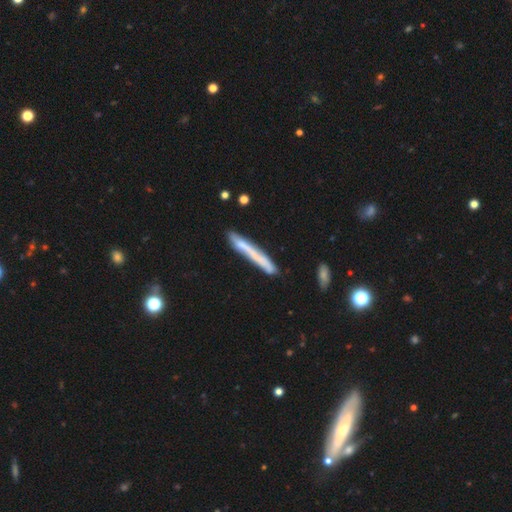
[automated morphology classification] smooth-or-featured: smooth: 55% | featured or disk: 37% | star or artifact: 7%
  how-rounded: cigar-shaped: 96% | in between: 2% | round: 1%
  merging: none: 75% | minor disturbance: 17% | merger: 5% | major disturbance: 4%